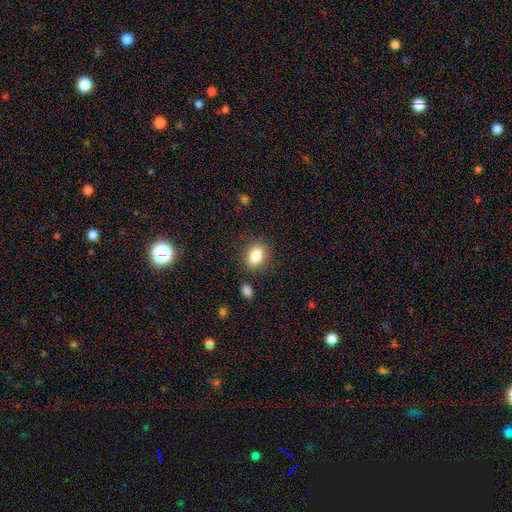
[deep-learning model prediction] smooth 83%, star or artifact 9%, featured or disk 8%. Down the decision tree: how rounded — in between (62%); merging — none (82%).